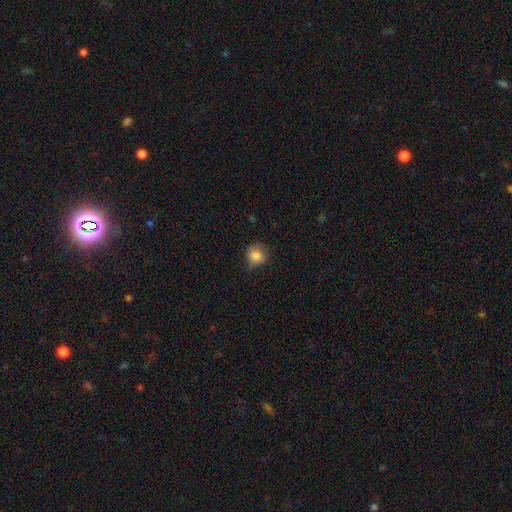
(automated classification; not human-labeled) The model was most divided on "merging": none: 62%, minor disturbance: 28%, major disturbance: 9%, merger: 1%. More confident: smooth or featured — smooth (82%); how rounded — round (73%).